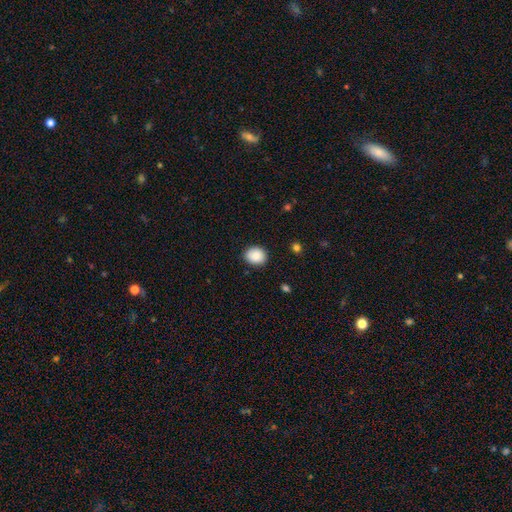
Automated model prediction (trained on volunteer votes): Smooth or featured?
  - smooth: 88% *
  - star or artifact: 8%
  - featured or disk: 4%
How rounded?
  - round: 64% *
  - in between: 35%
  - cigar-shaped: 1%
Merging?
  - none: 86% *
  - minor disturbance: 10%
  - major disturbance: 2%
  - merger: 1%